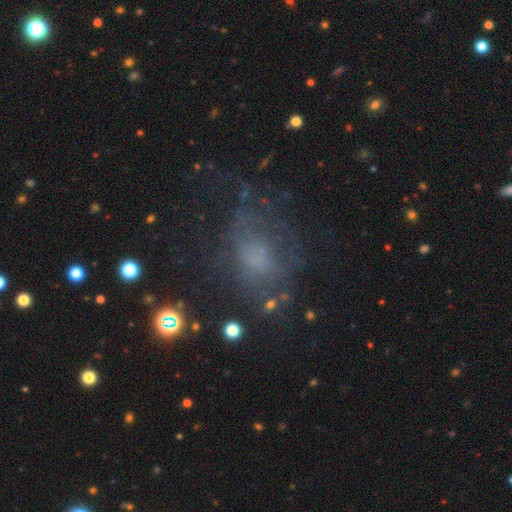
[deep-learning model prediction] smooth 41%, featured or disk 35%, star or artifact 24%. Down the decision tree: merging — none (45%).